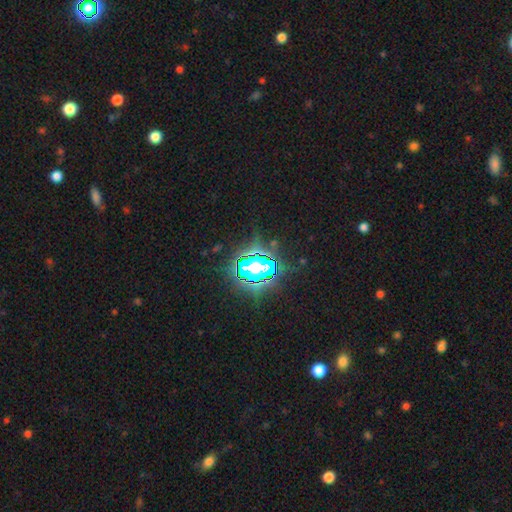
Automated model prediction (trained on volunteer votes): Overall: star or artifact (73%).